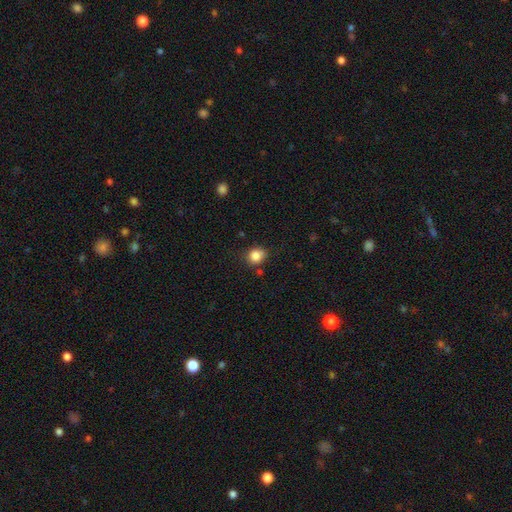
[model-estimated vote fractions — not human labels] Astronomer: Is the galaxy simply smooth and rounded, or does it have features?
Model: smooth — 84%.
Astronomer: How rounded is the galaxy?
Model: round — 78%.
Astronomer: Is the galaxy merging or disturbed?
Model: none — 75%.